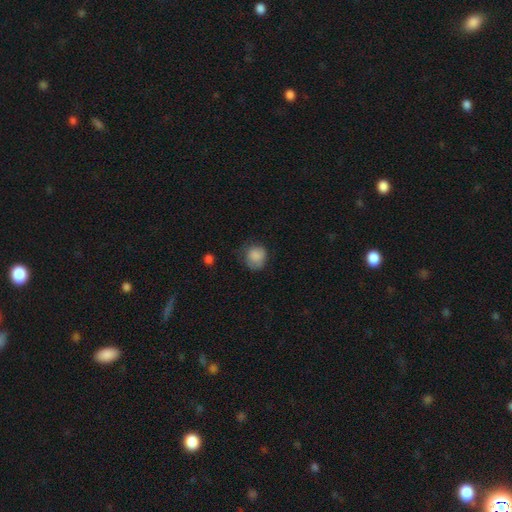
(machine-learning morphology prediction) This appears to be a smooth galaxy with no disk features (84%) that is round (79%). Merging: none (58%).